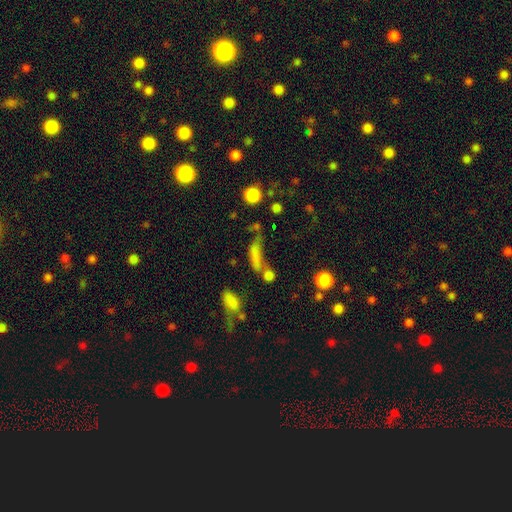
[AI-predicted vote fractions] Overall: smooth (67%). How rounded: cigar-shaped (49%; in between 41%). Merging: none (34%; merger 30%).